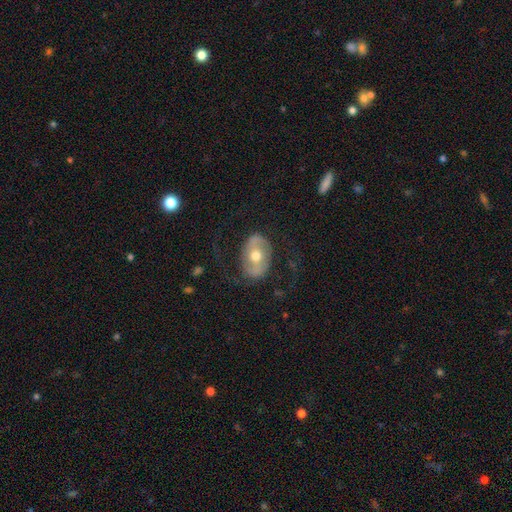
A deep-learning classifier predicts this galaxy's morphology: The model was most divided on "bar": no: 45%, weak: 33%, strong: 21%. More confident: edge-on disk — no (95%); bulge size — moderate (77%); spiral arms — yes (71%); merging — none (70%); smooth or featured — featured or disk (68%).